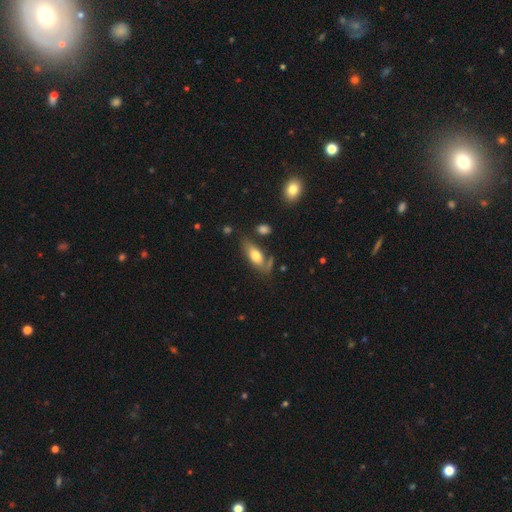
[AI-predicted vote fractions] Overall: smooth (66%; featured or disk 27%). How rounded: in between (79%). Merging: none (63%).